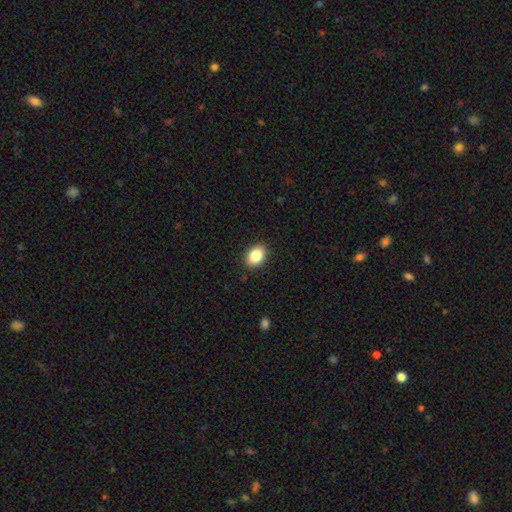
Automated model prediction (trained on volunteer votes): Q: Smooth or featured?
A: smooth (86%); runner-up: star or artifact (8%)
Q: How rounded?
A: in between (77%); runner-up: round (22%)
Q: Merging?
A: none (89%); runner-up: minor disturbance (8%)